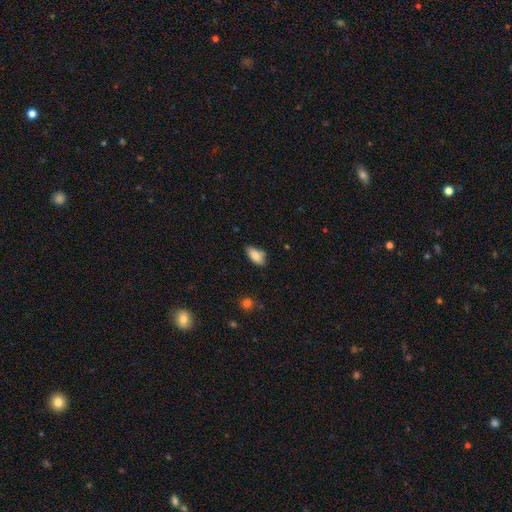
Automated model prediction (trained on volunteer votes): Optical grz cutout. It shows a smooth galaxy with no disk features (85%) that is in between round and cigar-shaped (89%). Merging: none (70%).